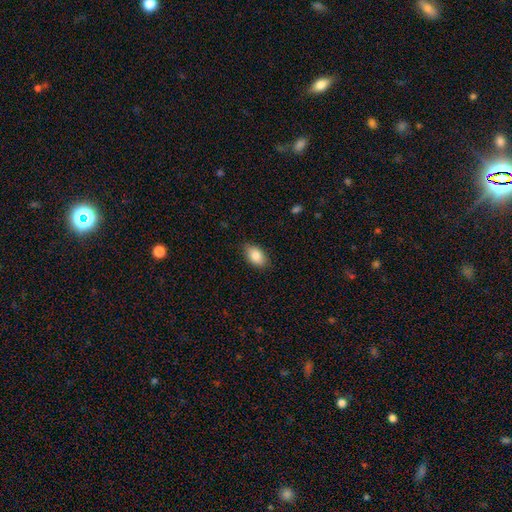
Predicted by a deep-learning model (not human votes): Q: Smooth or featured?
A: smooth (84%); runner-up: featured or disk (9%)
Q: How rounded?
A: in between (91%); runner-up: round (7%)
Q: Merging?
A: none (84%); runner-up: minor disturbance (13%)